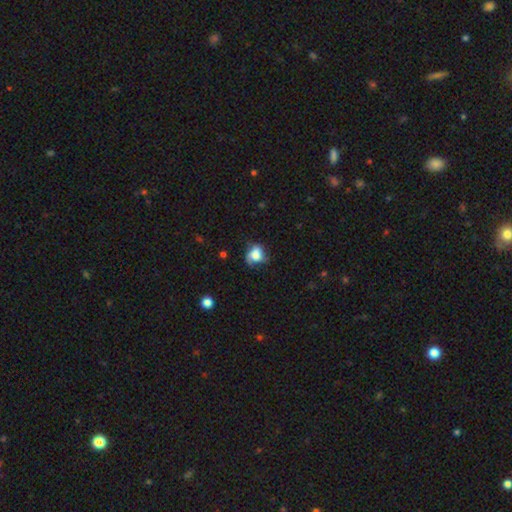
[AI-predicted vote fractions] Overall: smooth (58%; featured or disk 32%). How rounded: in between (50%; round 49%). Merging: none (44%; minor disturbance 30%).